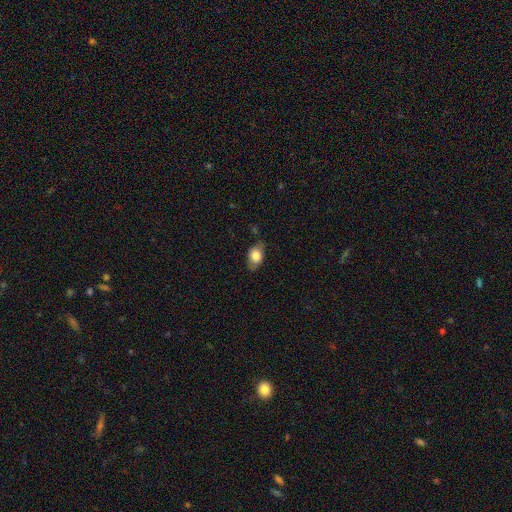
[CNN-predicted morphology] This appears to be a smooth galaxy with no disk features (77%) that is in between round and cigar-shaped (83%). Merging: none (71%).